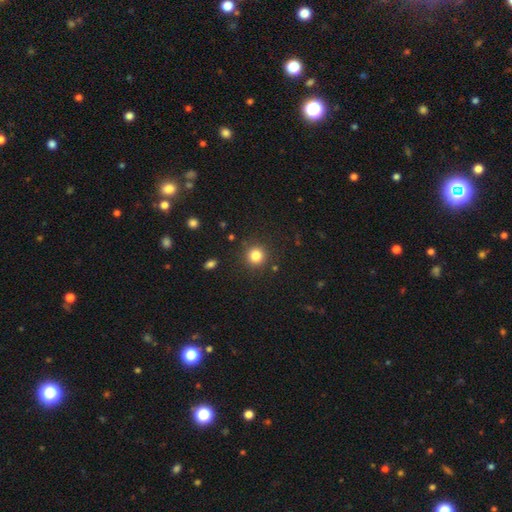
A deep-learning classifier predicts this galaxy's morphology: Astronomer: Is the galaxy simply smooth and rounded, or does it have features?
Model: smooth — 83%.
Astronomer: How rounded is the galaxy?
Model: round — 93%.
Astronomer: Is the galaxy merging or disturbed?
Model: none — 89%.